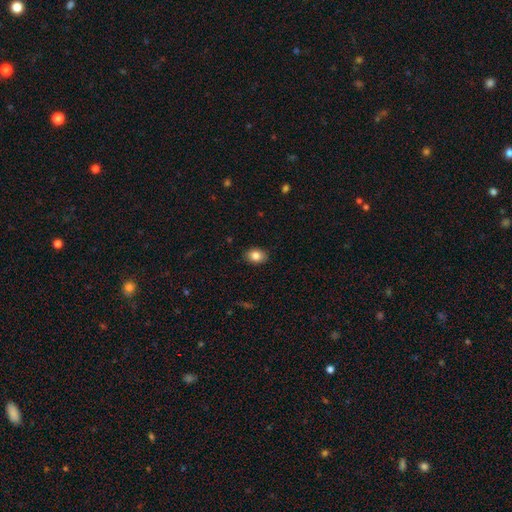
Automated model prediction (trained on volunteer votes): smooth_or_featured: smooth (p=0.85) [alt: star or artifact p=0.08]
how_rounded: in between (p=0.72) [alt: round p=0.27]
merging: none (p=0.87) [alt: minor disturbance p=0.10]